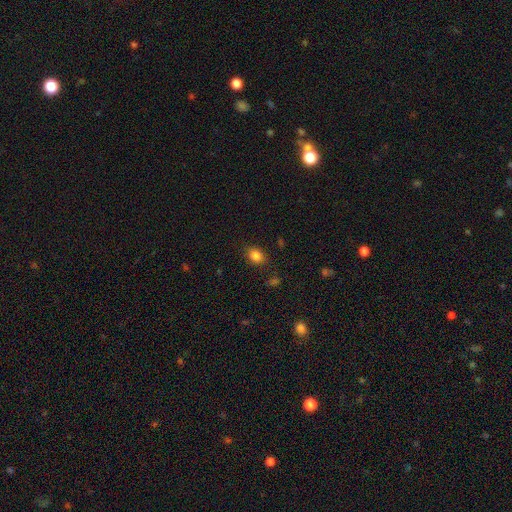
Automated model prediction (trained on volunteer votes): Smooth or featured: smooth — 83% (star or artifact — 11%)
How rounded: in between — 56% (round — 42%)
Merging: none — 82% (minor disturbance — 13%)